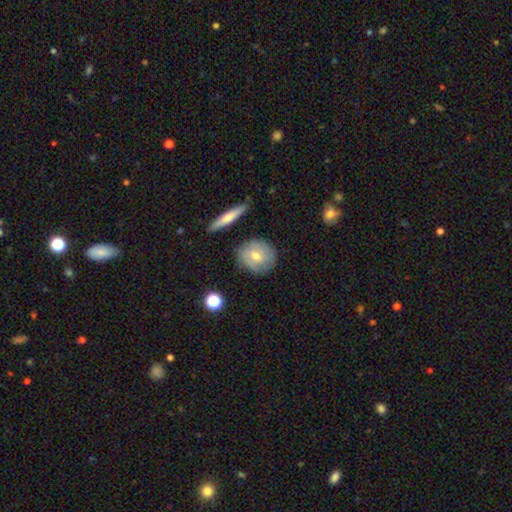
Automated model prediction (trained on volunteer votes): Smooth or featured? Predicted: smooth (p=0.47). Merging? Predicted: none (p=0.81).